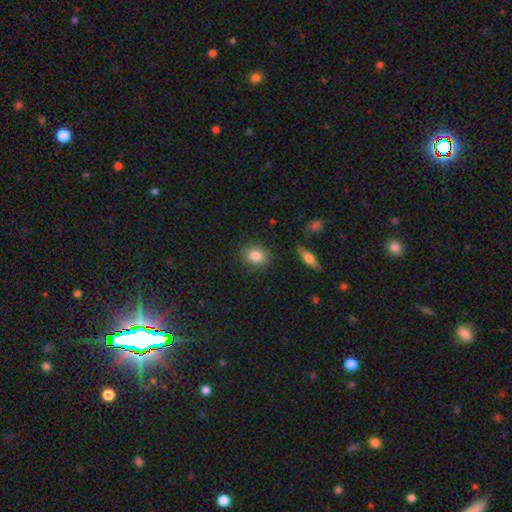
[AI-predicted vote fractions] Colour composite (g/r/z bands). It shows a smooth galaxy with no disk features (84%) that is round (60%). Merging: none (88%).